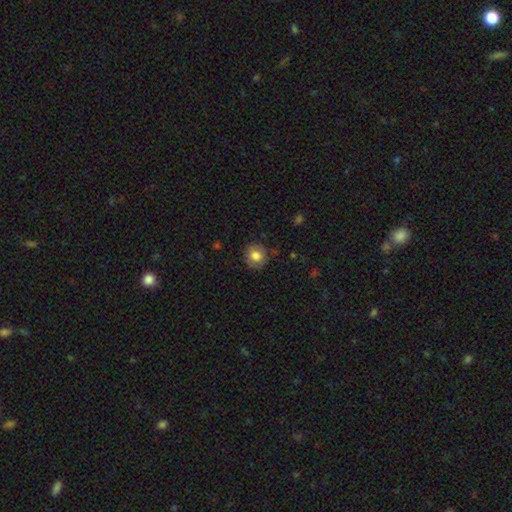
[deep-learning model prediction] Smooth or featured? Predicted: smooth (p=0.82). How rounded? Predicted: round (p=0.88). Merging? Predicted: none (p=0.85).